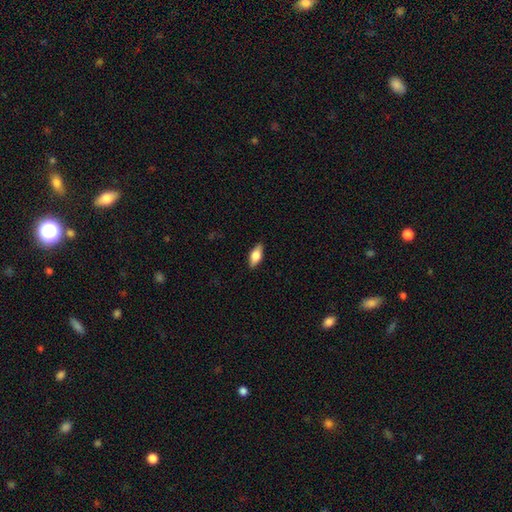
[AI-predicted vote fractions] smooth_or_featured: smooth (p=0.69) [alt: featured or disk p=0.25]
how_rounded: in between (p=0.82) [alt: cigar-shaped p=0.15]
merging: none (p=0.88) [alt: minor disturbance p=0.09]